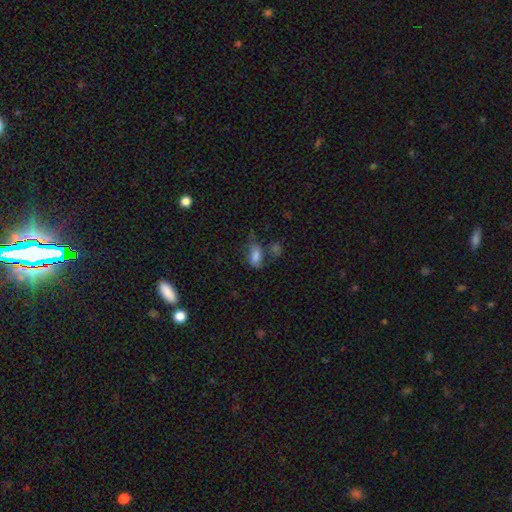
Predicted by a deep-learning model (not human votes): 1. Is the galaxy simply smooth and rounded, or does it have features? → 73% smooth, 15% featured or disk, 12% star or artifact.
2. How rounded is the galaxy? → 87% in between, 7% round, 6% cigar-shaped.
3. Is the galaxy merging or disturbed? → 40% none, 25% minor disturbance, 18% major disturbance, 17% merger.